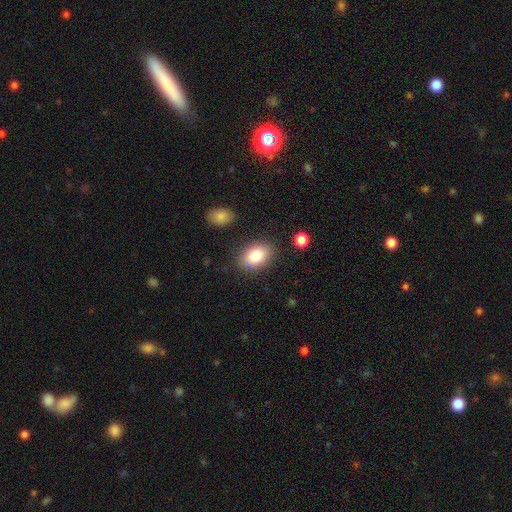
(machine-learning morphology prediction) Smooth or featured: smooth — 83% (featured or disk — 10%)
How rounded: in between — 82% (round — 17%)
Merging: none — 82% (minor disturbance — 12%)